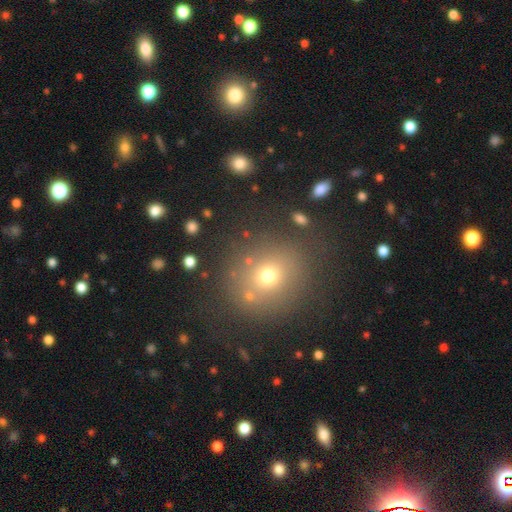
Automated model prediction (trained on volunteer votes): smooth 53%, star or artifact 33%, featured or disk 14%. Down the decision tree: how rounded — round (78%); merging — none (84%).